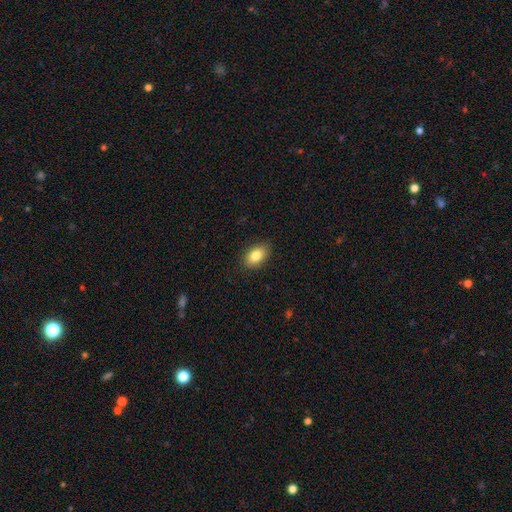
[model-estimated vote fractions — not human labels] Smooth or featured? smooth (83%)
How rounded? in between (89%)
Merging? none (87%)